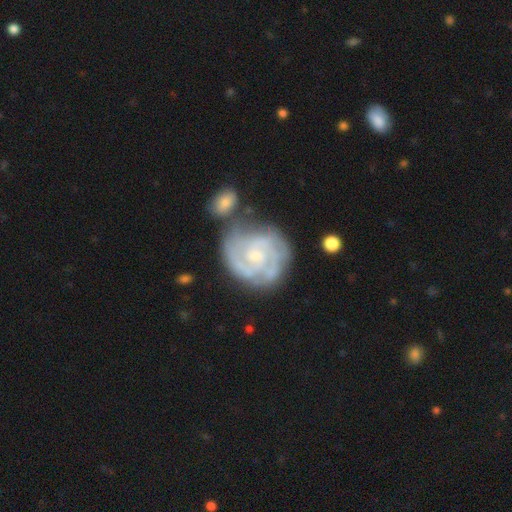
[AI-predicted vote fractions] Smooth or featured?
  - featured or disk: 84% *
  - smooth: 11%
  - star or artifact: 5%
Edge-on disk?
  - no: 98% *
  - yes: 2%
Bar?
  - no: 62% *
  - weak: 33%
  - strong: 6%
Spiral arms?
  - yes: 94% *
  - no: 6%
Spiral winding?
  - tight: 63% *
  - medium: 31%
  - loose: 7%
Spiral arm count?
  - 2: 35% *
  - can't tell: 25%
  - 3: 24%
  - 4: 7%
  - 1: 5%
  - more than 4: 4%
Bulge size?
  - small: 66% *
  - moderate: 25%
  - none: 5%
  - large: 2%
  - dominant: 1%
Merging?
  - none: 59% *
  - minor disturbance: 18%
  - merger: 14%
  - major disturbance: 9%